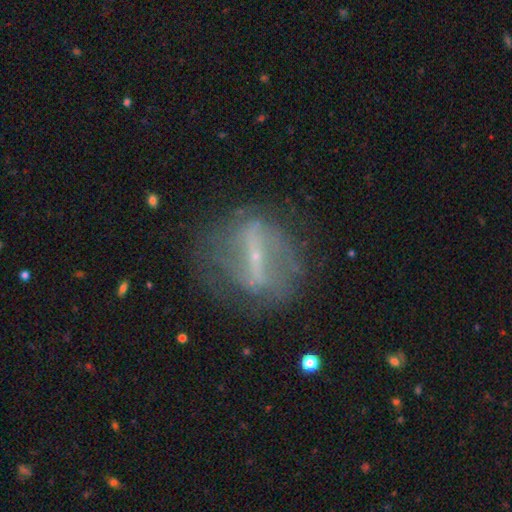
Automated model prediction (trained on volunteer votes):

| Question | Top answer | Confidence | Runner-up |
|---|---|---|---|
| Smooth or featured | featured or disk | 78% | smooth (13%) |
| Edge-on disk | no | 87% | yes (13%) |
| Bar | strong | 66% | weak (23%) |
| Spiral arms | yes | 54% | no (46%) |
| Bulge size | small | 82% | moderate (11%) |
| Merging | none | 67% | minor disturbance (18%) |